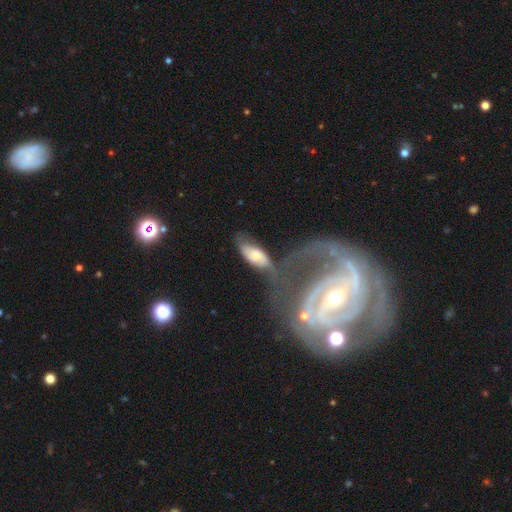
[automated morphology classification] A smooth galaxy with no disk features (48%). Merging: none (44%).